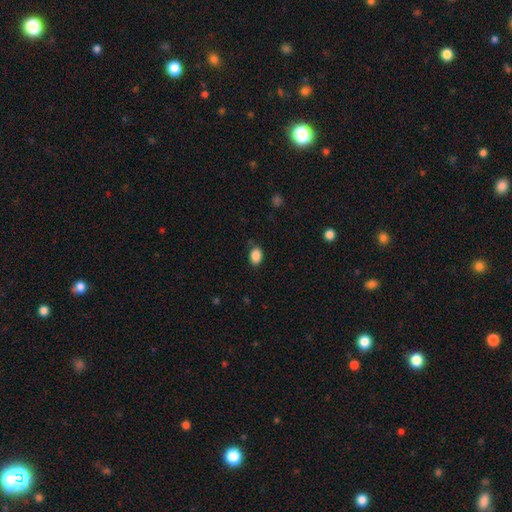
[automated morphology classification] Smooth or featured? Predicted: smooth (p=0.88). How rounded? Predicted: in between (p=0.79). Merging? Predicted: none (p=0.80).